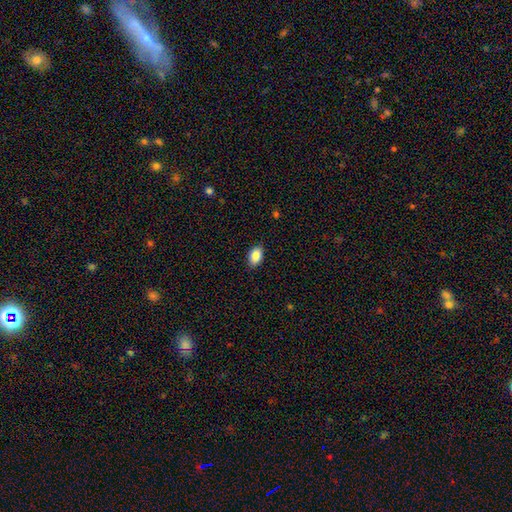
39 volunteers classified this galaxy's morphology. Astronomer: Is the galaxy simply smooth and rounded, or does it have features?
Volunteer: smooth — 90%.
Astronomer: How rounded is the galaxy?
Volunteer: in between — 80%.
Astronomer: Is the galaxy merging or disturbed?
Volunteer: none — 90%.